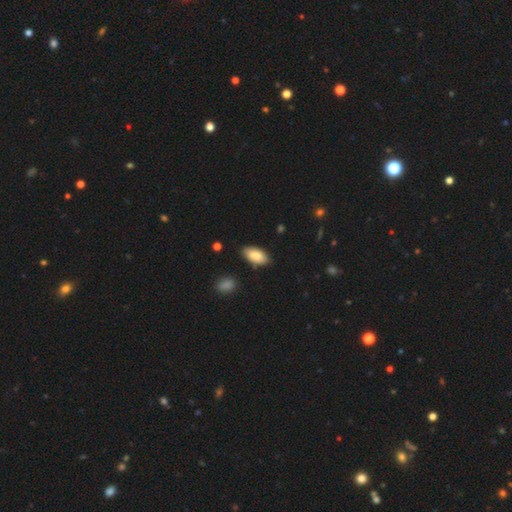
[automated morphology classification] smooth_or_featured: smooth (p=0.86) [alt: featured or disk p=0.08]
how_rounded: in between (p=0.92) [alt: cigar-shaped p=0.06]
merging: none (p=0.85) [alt: minor disturbance p=0.11]